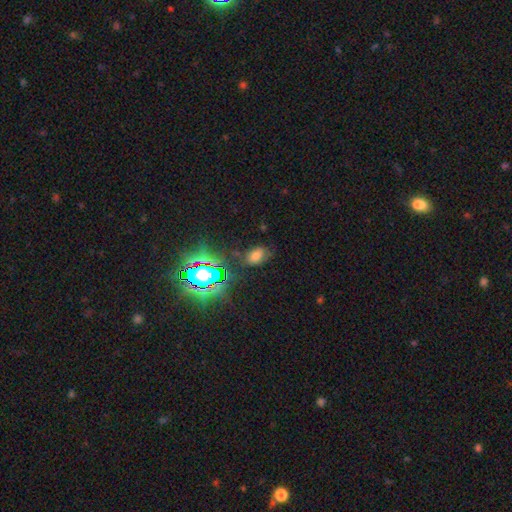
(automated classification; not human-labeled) Morphology: type=smooth (59%); roundness=in between (85%); merging=none (70%).